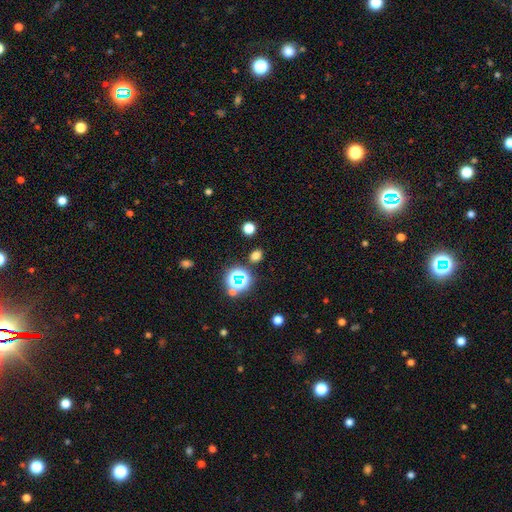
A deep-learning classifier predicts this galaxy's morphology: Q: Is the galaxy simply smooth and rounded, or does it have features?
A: smooth — 66%.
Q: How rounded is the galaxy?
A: round — 66%.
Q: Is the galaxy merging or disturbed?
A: none — 85%.